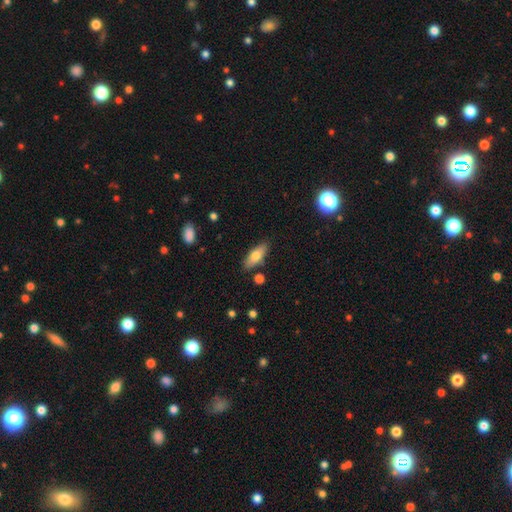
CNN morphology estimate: Smooth or featured? Predicted: smooth (p=0.71). How rounded? Predicted: in between (p=0.70). Merging? Predicted: none (p=0.84).